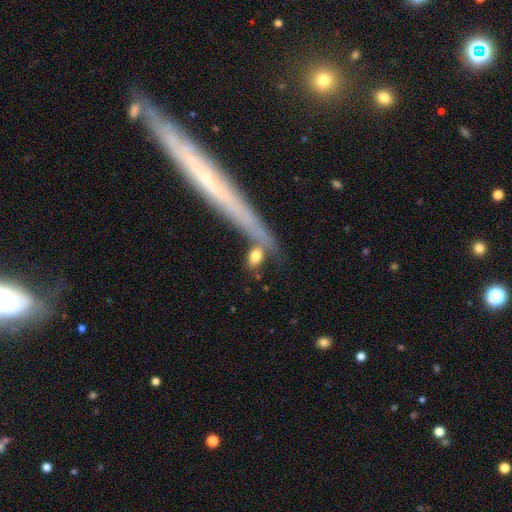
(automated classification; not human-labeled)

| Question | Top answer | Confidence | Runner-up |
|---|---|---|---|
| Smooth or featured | smooth | 78% | featured or disk (15%) |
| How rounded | in between | 71% | round (15%) |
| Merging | none | 57% | merger (20%) |